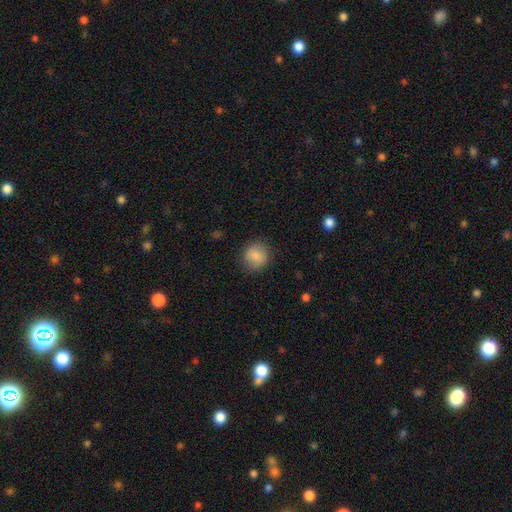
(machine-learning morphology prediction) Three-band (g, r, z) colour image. It shows a smooth galaxy with no disk features (85%) that is round (88%). Merging: none (85%).